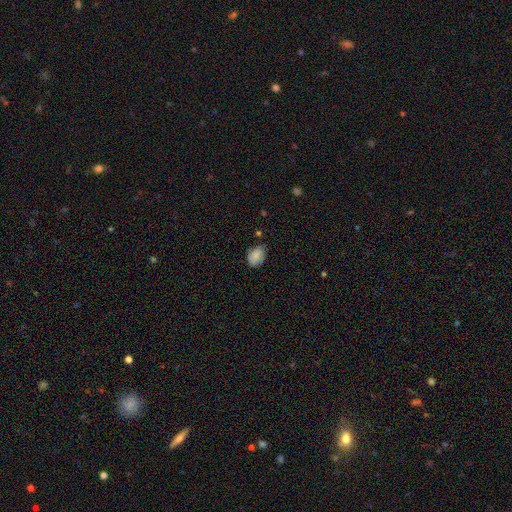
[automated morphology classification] A smooth galaxy with no disk features (80%) that is in between round and cigar-shaped (74%). Merging: none (64%).